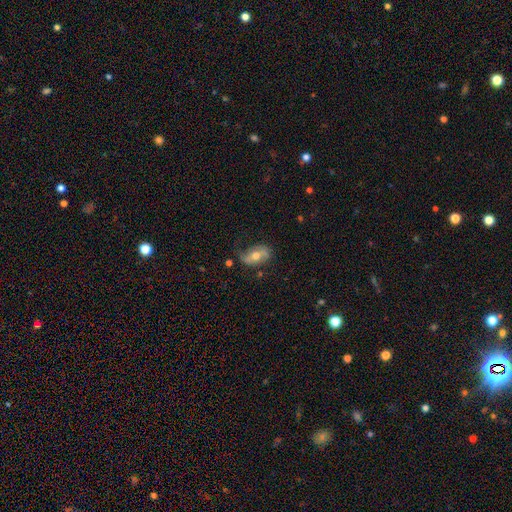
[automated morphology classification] smooth-or-featured: featured or disk: 55% | smooth: 38% | star or artifact: 7%
  disk-edge-on: no: 90% | yes: 10%
  merging: none: 57% | minor disturbance: 27% | major disturbance: 13% | merger: 2%